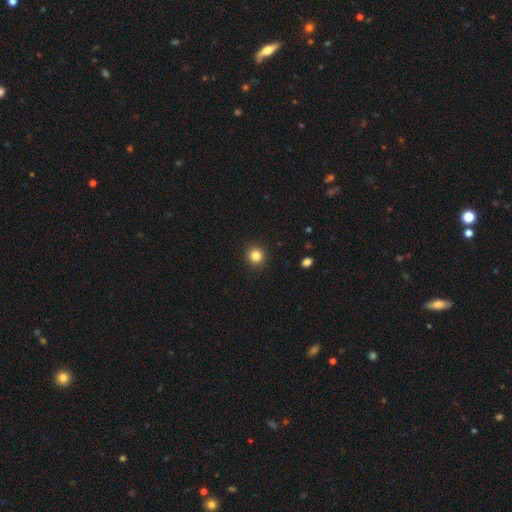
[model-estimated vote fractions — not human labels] A smooth galaxy with no disk features (84%) that is round (93%). Merging: none (92%).